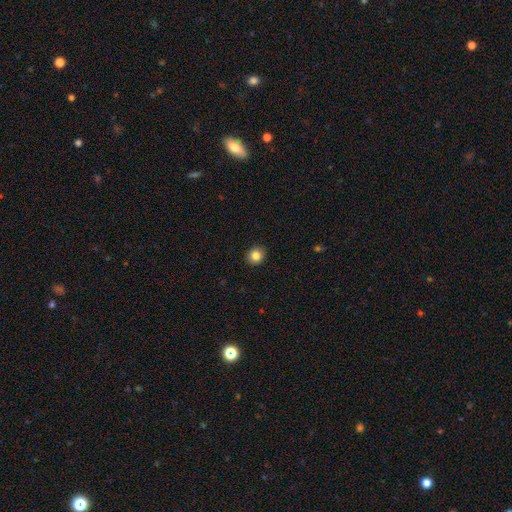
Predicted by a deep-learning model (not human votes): smooth 85%, star or artifact 10%, featured or disk 5%. Down the decision tree: how rounded — round (78%); merging — none (91%).